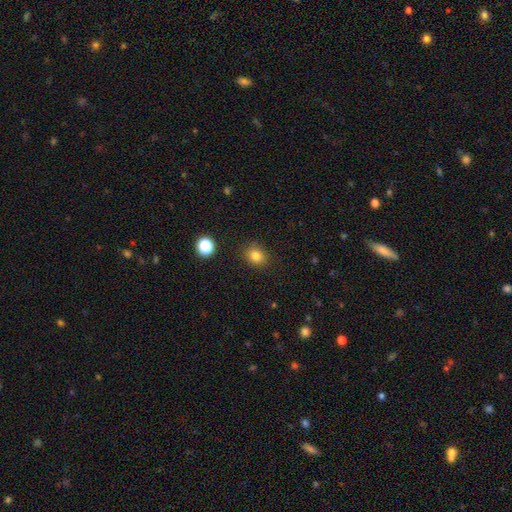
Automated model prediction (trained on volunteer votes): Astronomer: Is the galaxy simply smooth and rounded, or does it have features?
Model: smooth — 82%.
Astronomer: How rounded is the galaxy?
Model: round — 62%.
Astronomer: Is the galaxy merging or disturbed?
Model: none — 87%.